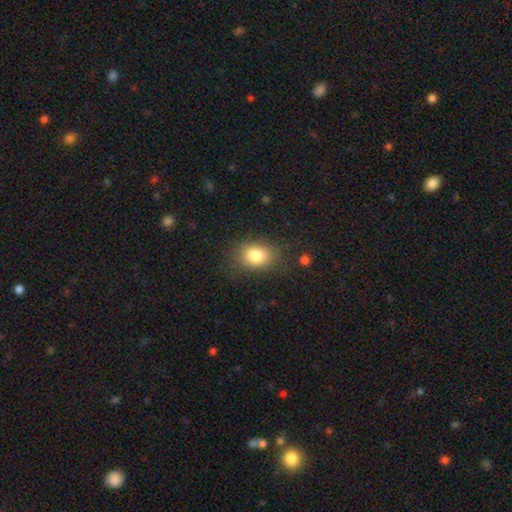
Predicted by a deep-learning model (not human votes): A smooth galaxy with no disk features (81%) that is in between round and cigar-shaped (63%).

Vote fractions:
- Smooth or featured? smooth: 81% / star or artifact: 10% / featured or disk: 9%
- How rounded? in between: 63% / round: 36% / cigar-shaped: 1%
- Merging? none: 77% / minor disturbance: 15% / major disturbance: 6% / merger: 2%